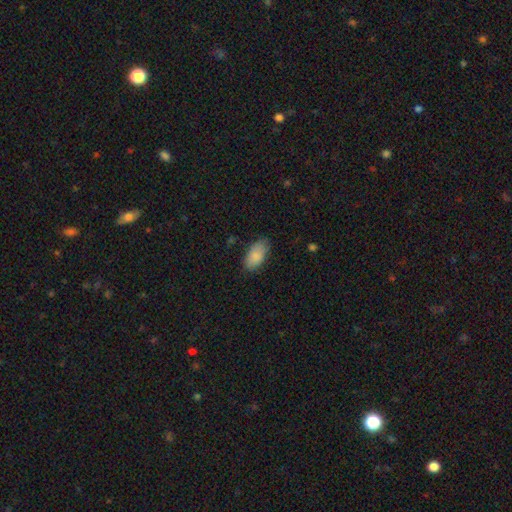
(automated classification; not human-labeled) Q: Smooth or featured?
A: smooth (87%); runner-up: featured or disk (7%)
Q: How rounded?
A: in between (93%); runner-up: cigar-shaped (4%)
Q: Merging?
A: none (76%); runner-up: minor disturbance (18%)